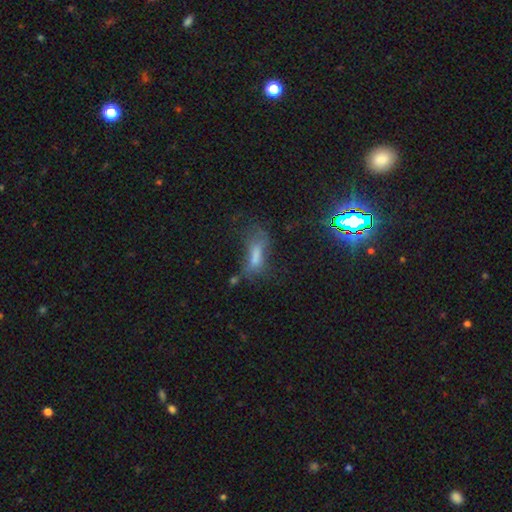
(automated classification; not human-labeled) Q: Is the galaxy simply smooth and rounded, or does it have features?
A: smooth — 44%.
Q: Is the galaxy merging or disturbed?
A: none — 38%.